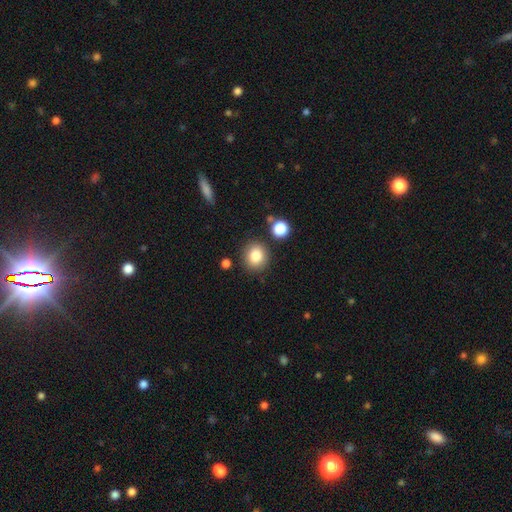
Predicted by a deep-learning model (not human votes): Smooth or featured? smooth (83%)
How rounded? round (83%)
Merging? none (84%)